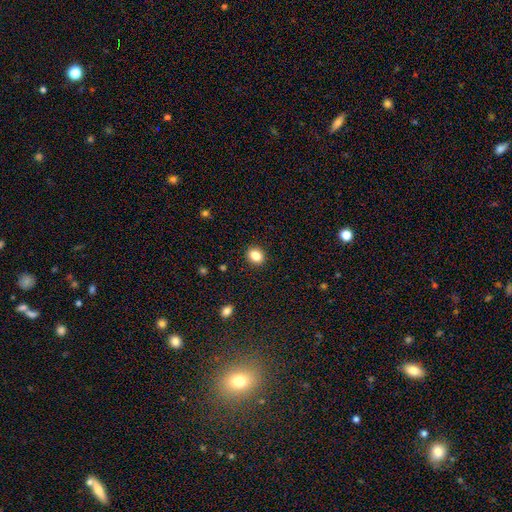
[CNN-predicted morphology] Smooth or featured?
  - smooth: 85% *
  - star or artifact: 10%
  - featured or disk: 5%
How rounded?
  - round: 56% *
  - in between: 43%
  - cigar-shaped: 1%
Merging?
  - none: 91% *
  - minor disturbance: 6%
  - major disturbance: 2%
  - merger: 1%